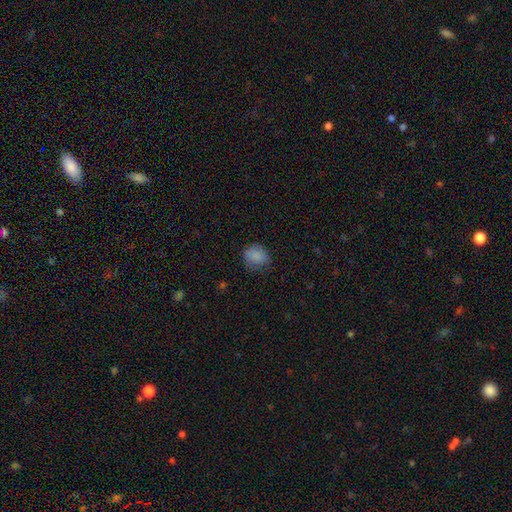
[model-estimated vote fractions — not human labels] smooth 85%, star or artifact 10%, featured or disk 5%. Down the decision tree: how rounded — round (64%); merging — none (72%).